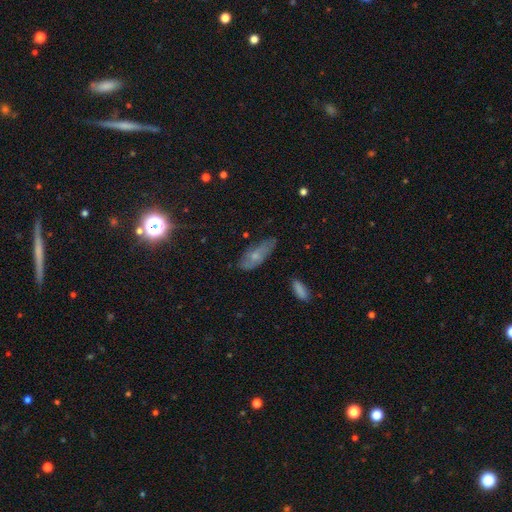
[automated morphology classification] Smooth or featured? smooth (54%)
How rounded? in between (71%)
Merging? none (66%)